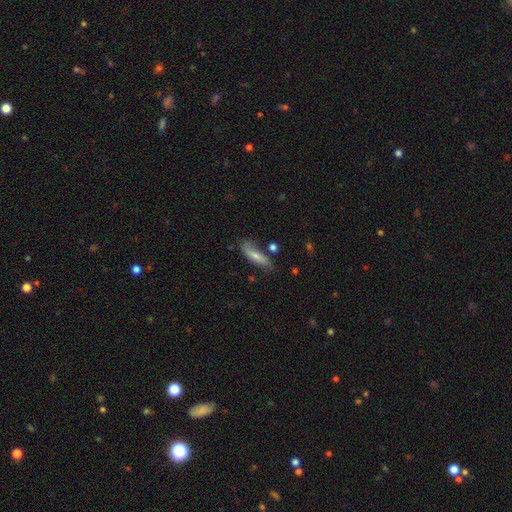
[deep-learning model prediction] smooth 65%, featured or disk 29%, star or artifact 7%. Down the decision tree: how rounded — cigar-shaped (53%); merging — none (60%).